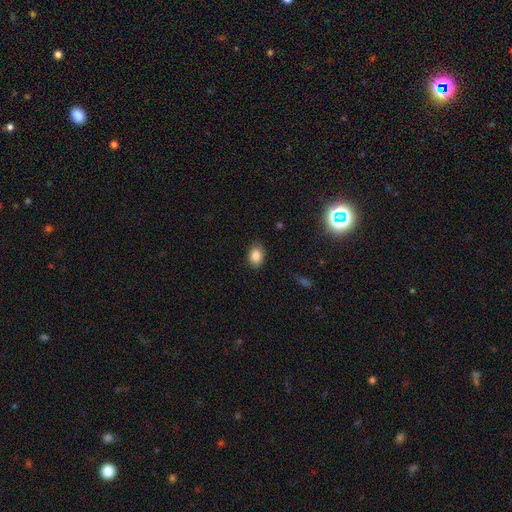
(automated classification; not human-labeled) Smooth or featured: smooth — 85% (star or artifact — 9%)
How rounded: in between — 76% (round — 23%)
Merging: none — 82% (minor disturbance — 14%)